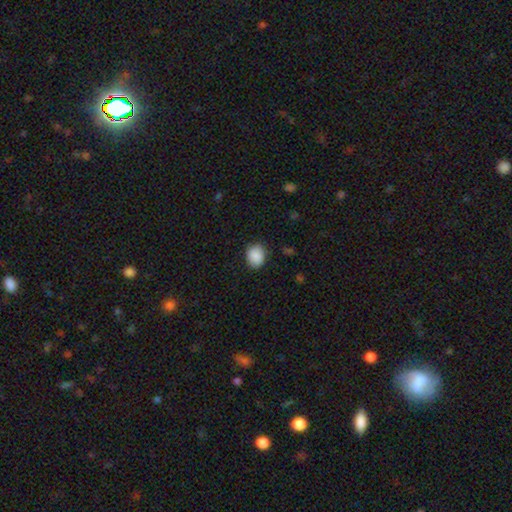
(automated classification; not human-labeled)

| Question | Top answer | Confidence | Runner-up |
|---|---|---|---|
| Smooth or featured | smooth | 89% | star or artifact (7%) |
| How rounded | round | 55% | in between (45%) |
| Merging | none | 83% | minor disturbance (13%) |